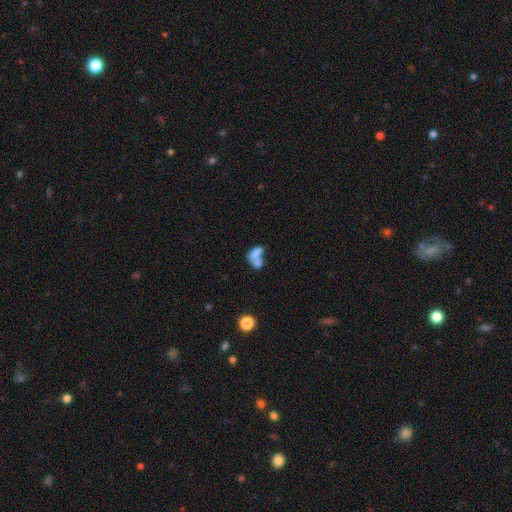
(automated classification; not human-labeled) Morphology: type=smooth (64%); roundness=in between (79%); merging=merger (63%).